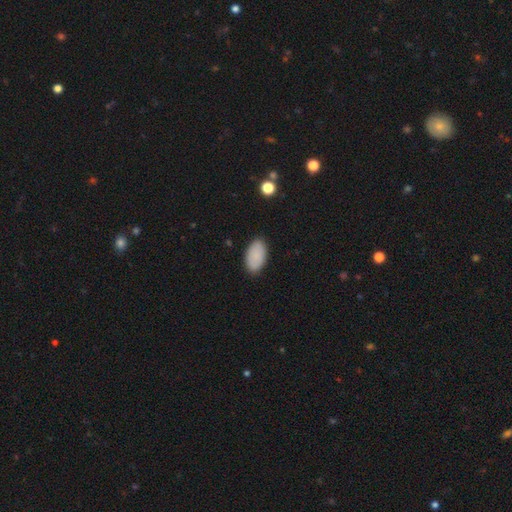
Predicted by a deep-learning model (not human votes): Q: Smooth or featured?
A: smooth (89%); runner-up: star or artifact (7%)
Q: How rounded?
A: in between (95%); runner-up: round (3%)
Q: Merging?
A: none (87%); runner-up: minor disturbance (10%)